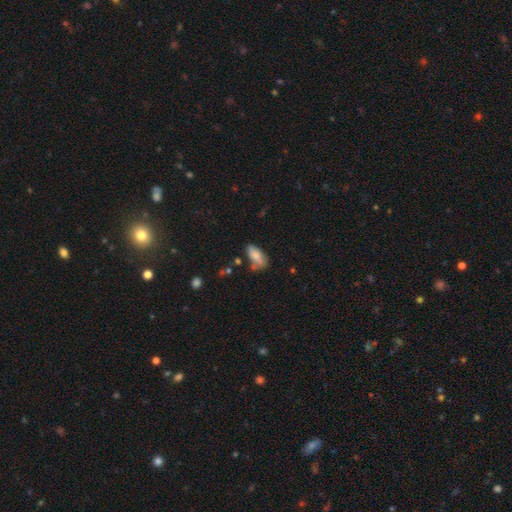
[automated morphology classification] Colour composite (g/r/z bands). It shows a smooth galaxy with no disk features (79%) that is in between round and cigar-shaped (85%). Merging: none (60%).